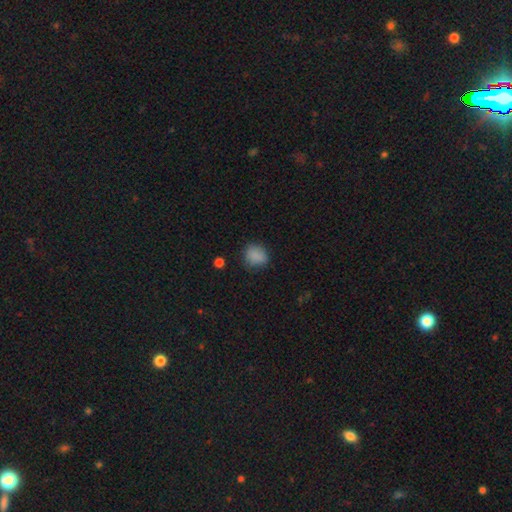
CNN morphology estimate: type=smooth (86%); roundness=round (69%); merging=none (79%).